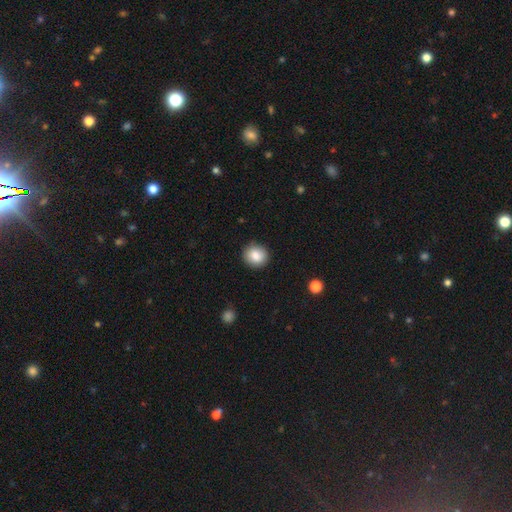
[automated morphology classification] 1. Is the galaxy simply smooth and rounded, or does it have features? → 86% smooth, 8% star or artifact, 6% featured or disk.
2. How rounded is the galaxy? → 85% round, 14% in between, 1% cigar-shaped.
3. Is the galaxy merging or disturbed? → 89% none, 8% minor disturbance, 2% major disturbance, 1% merger.